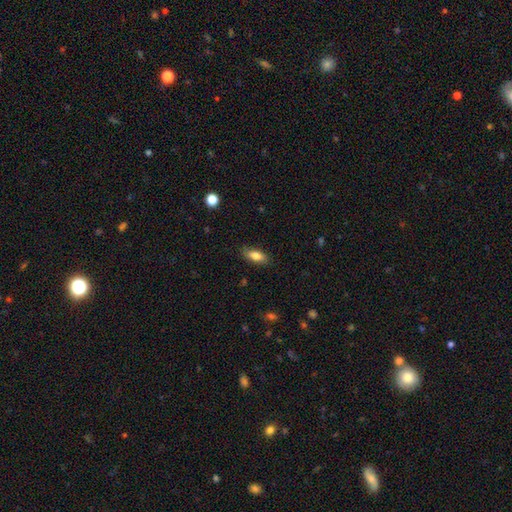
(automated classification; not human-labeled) Smooth or featured: smooth — 80% (featured or disk — 12%)
How rounded: in between — 80% (cigar-shaped — 17%)
Merging: none — 83% (minor disturbance — 13%)